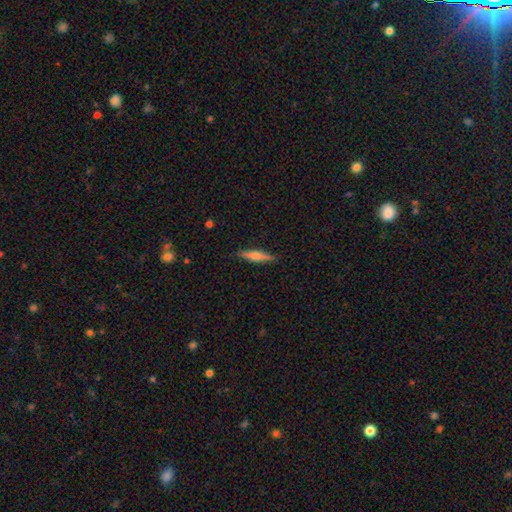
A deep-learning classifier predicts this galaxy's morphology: smooth 54%, featured or disk 39%, star or artifact 6%. Down the decision tree: how rounded — cigar-shaped (83%); merging — none (87%).